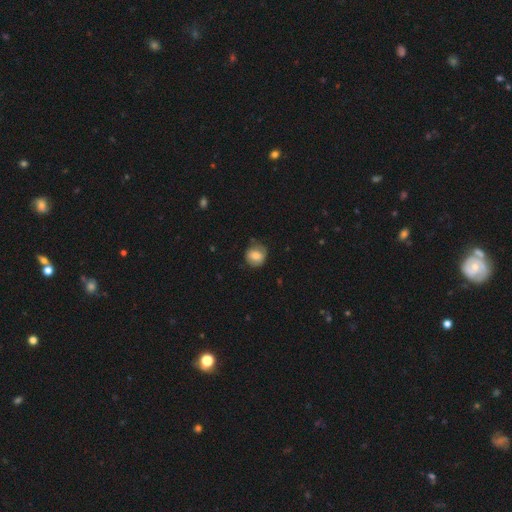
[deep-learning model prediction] smooth-or-featured: smooth: 72% | featured or disk: 20% | star or artifact: 8%
  how-rounded: round: 81% | in between: 18% | cigar-shaped: 1%
  merging: none: 70% | minor disturbance: 22% | major disturbance: 6% | merger: 1%